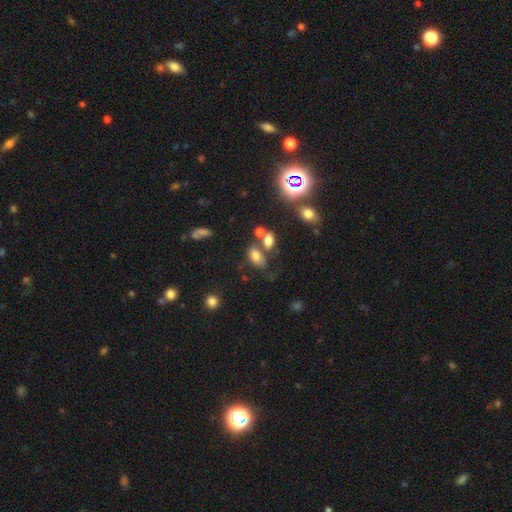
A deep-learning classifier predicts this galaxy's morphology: A smooth galaxy with no disk features (72%) that is in between round and cigar-shaped (89%). Merging: none (49%).